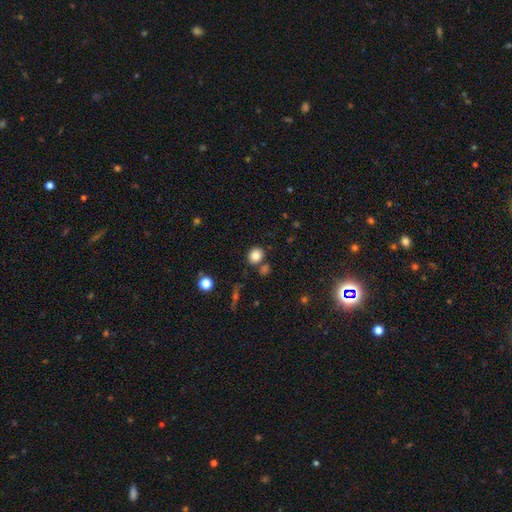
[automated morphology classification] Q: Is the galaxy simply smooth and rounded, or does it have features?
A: smooth — 84%.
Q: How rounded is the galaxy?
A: round — 74%.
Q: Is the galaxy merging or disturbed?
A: none — 77%.